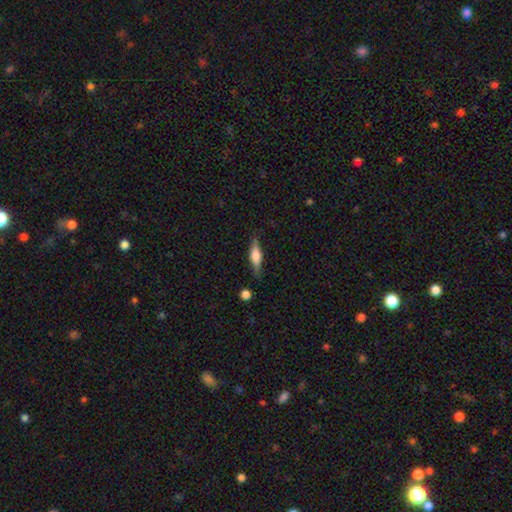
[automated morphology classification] A featured or disk galaxy (49%).

Vote fractions:
- Smooth or featured? featured or disk: 49% / smooth: 44% / star or artifact: 7%
- Merging? none: 81% / minor disturbance: 14% / major disturbance: 3% / merger: 2%